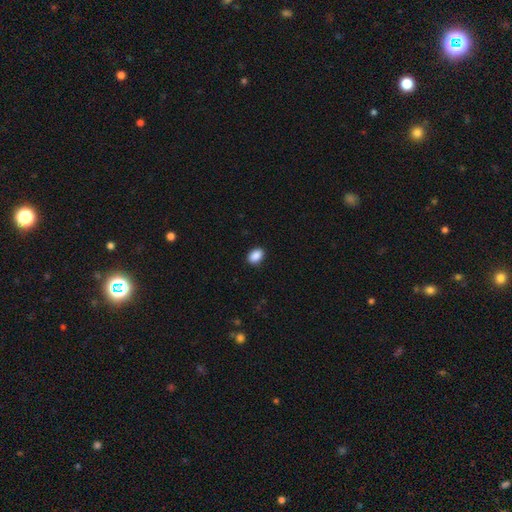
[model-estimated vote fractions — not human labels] This appears to be a smooth galaxy with no disk features (90%) that is in between round and cigar-shaped (80%). Merging: none (89%).